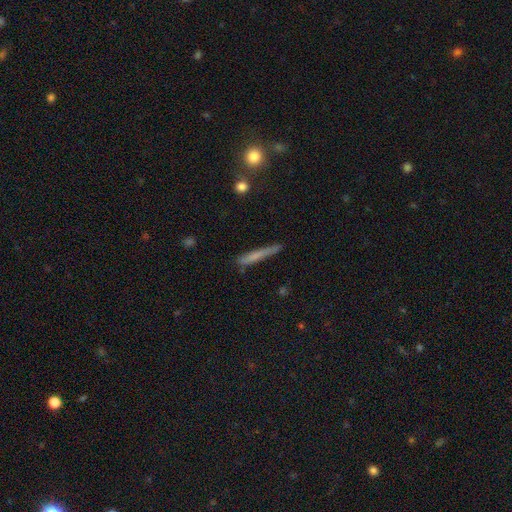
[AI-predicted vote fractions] Smooth or featured? smooth (62%)
How rounded? cigar-shaped (95%)
Merging? none (78%)